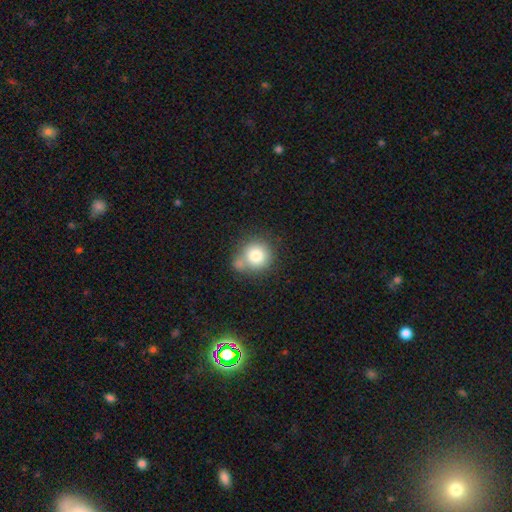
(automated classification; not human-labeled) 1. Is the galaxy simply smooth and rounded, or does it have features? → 79% smooth, 11% featured or disk, 9% star or artifact.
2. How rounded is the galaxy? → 89% round, 10% in between, 1% cigar-shaped.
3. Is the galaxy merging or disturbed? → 52% none, 28% merger, 14% minor disturbance, 5% major disturbance.